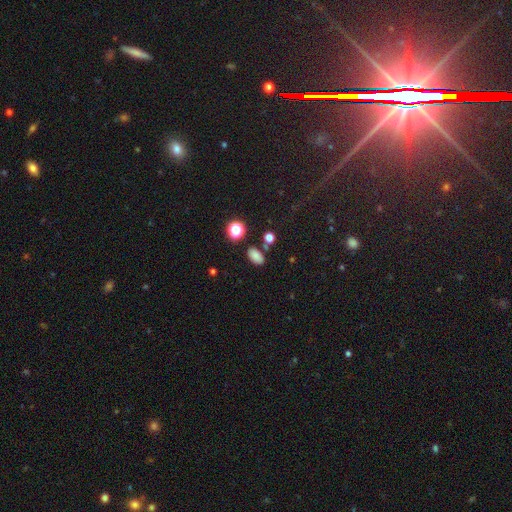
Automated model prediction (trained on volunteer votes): Overall: smooth (79%). How rounded: in between (87%). Merging: none (78%).